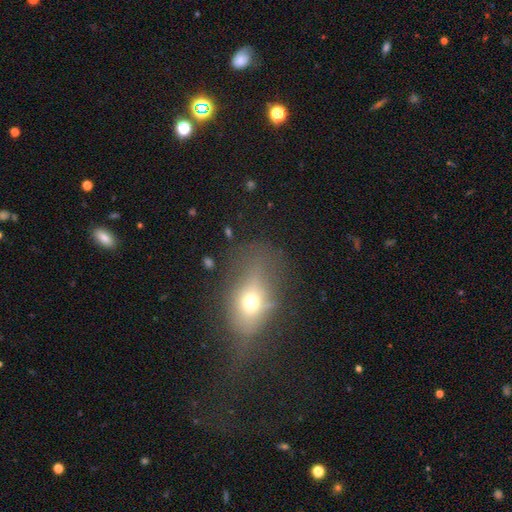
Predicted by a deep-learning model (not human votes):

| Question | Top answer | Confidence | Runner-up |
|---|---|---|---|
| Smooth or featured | smooth | 52% | featured or disk (30%) |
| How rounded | in between | 71% | round (20%) |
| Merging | none | 42% | major disturbance (28%) |